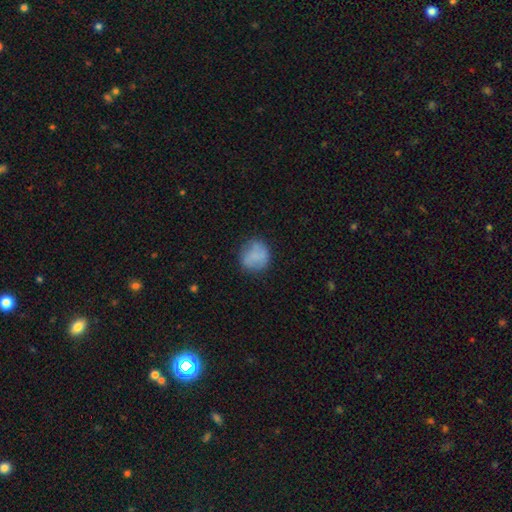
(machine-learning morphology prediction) Smooth or featured? smooth (78%)
How rounded? round (85%)
Merging? none (72%)